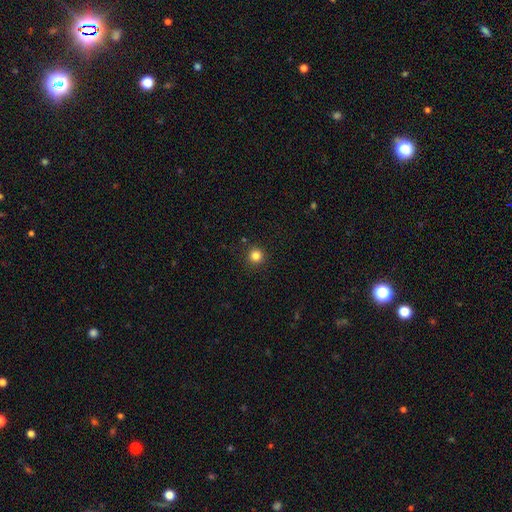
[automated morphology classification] smooth_or_featured: smooth (p=0.83) [alt: star or artifact p=0.13]
how_rounded: round (p=0.95) [alt: in between p=0.04]
merging: none (p=0.91) [alt: minor disturbance p=0.06]